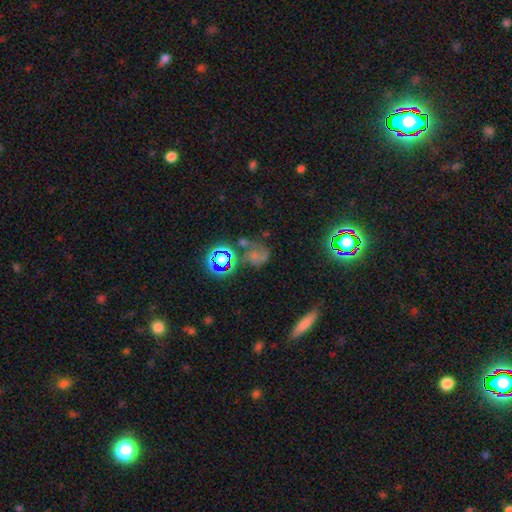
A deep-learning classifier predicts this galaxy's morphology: This is marginally a smooth galaxy (39%). Merging: marginally none (36%).